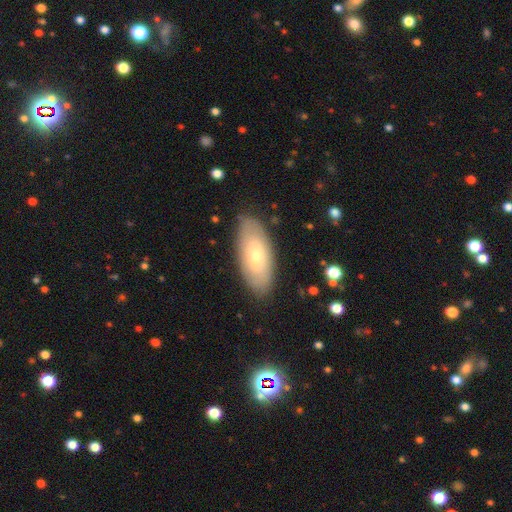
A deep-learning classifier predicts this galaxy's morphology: type=smooth (63%); roundness=in between (87%); merging=none (83%).